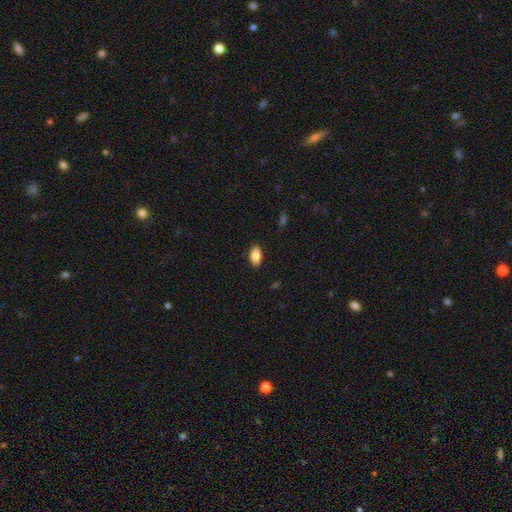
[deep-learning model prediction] This appears to be a smooth galaxy with no disk features (86%) that is in between round and cigar-shaped (93%). Merging: none (88%).